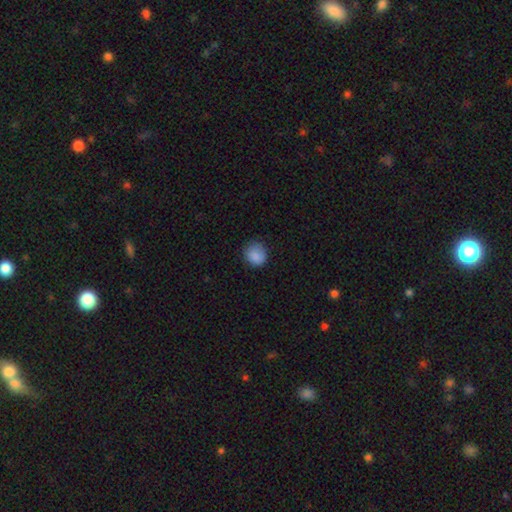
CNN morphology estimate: Smooth or featured? smooth (87%)
How rounded? round (79%)
Merging? none (75%)